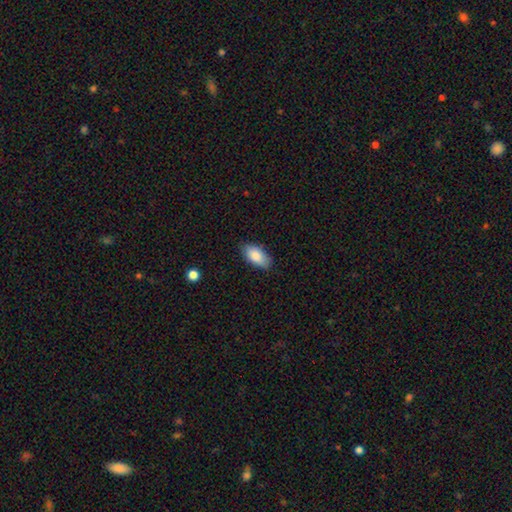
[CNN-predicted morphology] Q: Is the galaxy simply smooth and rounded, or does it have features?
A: smooth — 85%.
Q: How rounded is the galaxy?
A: in between — 92%.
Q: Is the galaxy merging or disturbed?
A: none — 85%.